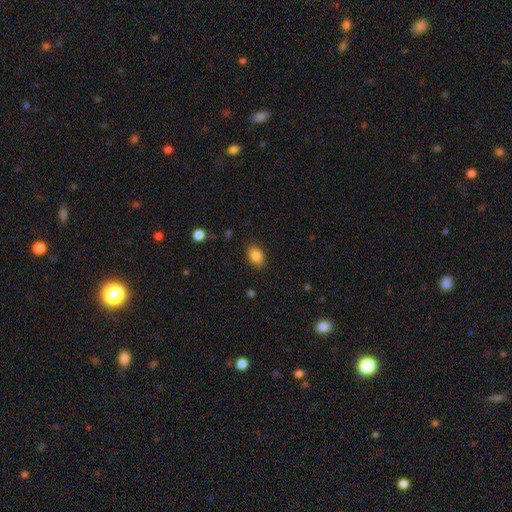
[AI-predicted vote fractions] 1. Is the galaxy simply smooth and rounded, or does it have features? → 85% smooth, 9% star or artifact, 6% featured or disk.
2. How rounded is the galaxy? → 79% in between, 19% round, 1% cigar-shaped.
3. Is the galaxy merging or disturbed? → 86% none, 10% minor disturbance, 3% major disturbance, 1% merger.